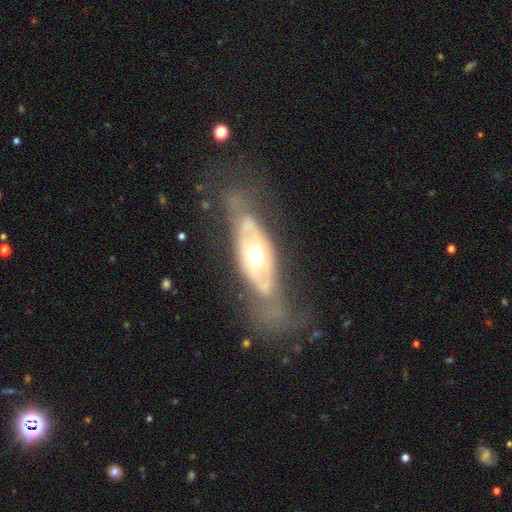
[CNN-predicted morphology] featured or disk 73%, smooth 22%, star or artifact 5%. Down the decision tree: edge-on disk — no (78%); bar — no (74%); spiral arms — no (62%); bulge size — moderate (67%); merging — none (53%).